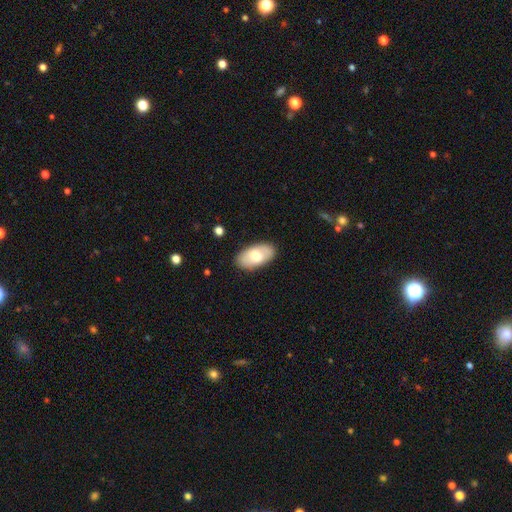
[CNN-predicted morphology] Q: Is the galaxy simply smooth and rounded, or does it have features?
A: smooth — 67%.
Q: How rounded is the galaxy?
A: in between — 95%.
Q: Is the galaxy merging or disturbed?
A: none — 86%.